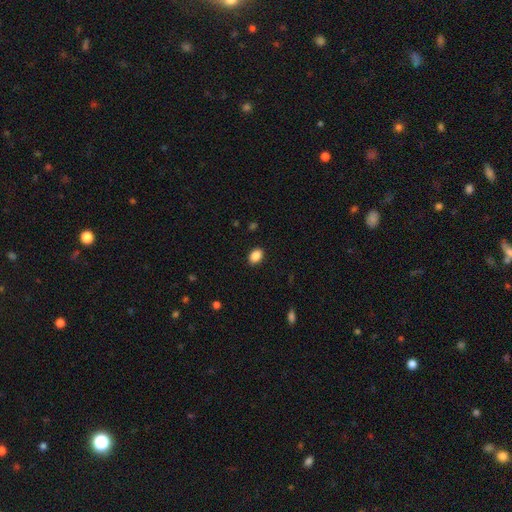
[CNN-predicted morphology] The model was most divided on "how rounded": in between: 79%, round: 20%, cigar-shaped: 1%. More confident: merging — none (89%); smooth or featured — smooth (88%).